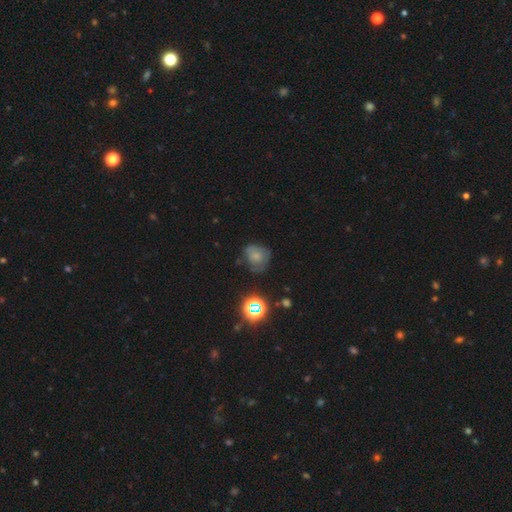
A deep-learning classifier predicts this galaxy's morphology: smooth 57%, featured or disk 26%, star or artifact 17%. Down the decision tree: how rounded — round (71%); merging — none (49%).